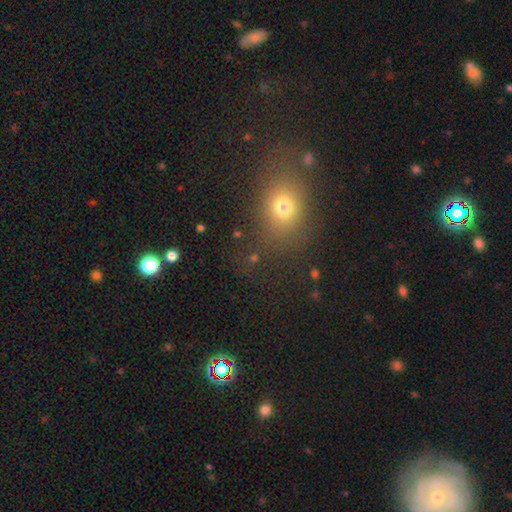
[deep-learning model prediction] This is likely a smooth galaxy (61%). How rounded: possibly in between (50%). Merging: clearly none (82%).